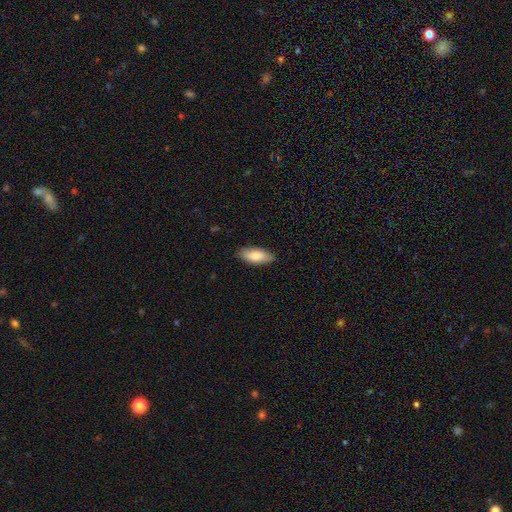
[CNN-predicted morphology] Smooth or featured? smooth (82%)
How rounded? in between (82%)
Merging? none (88%)